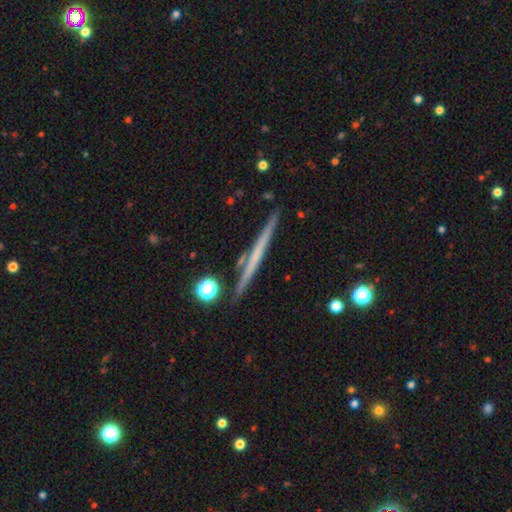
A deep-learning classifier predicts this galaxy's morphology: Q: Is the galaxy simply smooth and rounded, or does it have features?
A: featured or disk — 56%.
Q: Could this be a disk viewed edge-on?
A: yes — 97%.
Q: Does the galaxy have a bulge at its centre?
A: none — 89%.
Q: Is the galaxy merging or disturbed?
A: none — 88%.